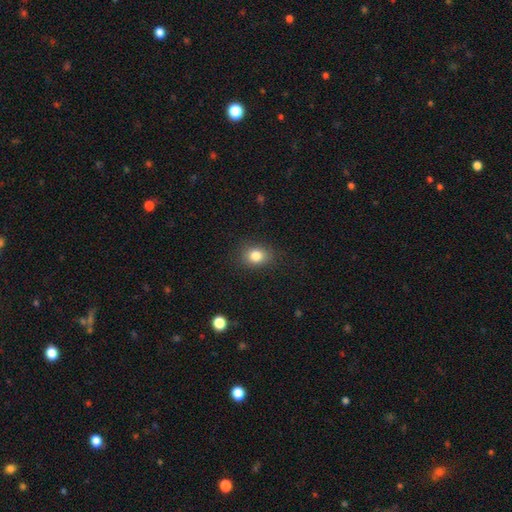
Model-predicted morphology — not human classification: smooth 82%, star or artifact 11%, featured or disk 7%. Down the decision tree: how rounded — in between (51%); merging — none (84%).